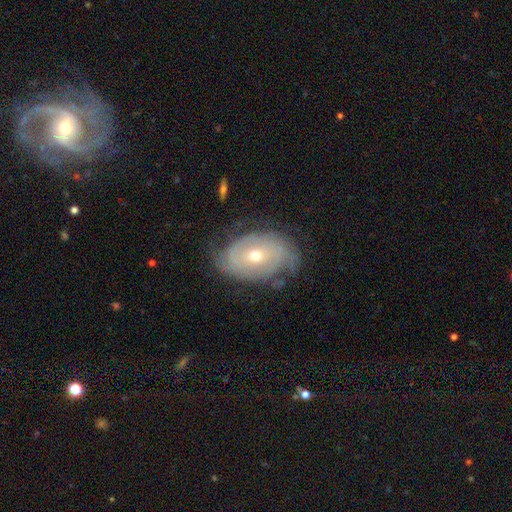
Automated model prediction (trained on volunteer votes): Overall: featured or disk (72%). Edge-on disk: no (94%). Bar: no (68%). Spiral arms: yes (80%). Spiral arm count: can't tell (44%; 2 34%). Spiral winding: tight (62%; medium 26%). Bulge size: small (49%; moderate 48%). Merging: none (65%).